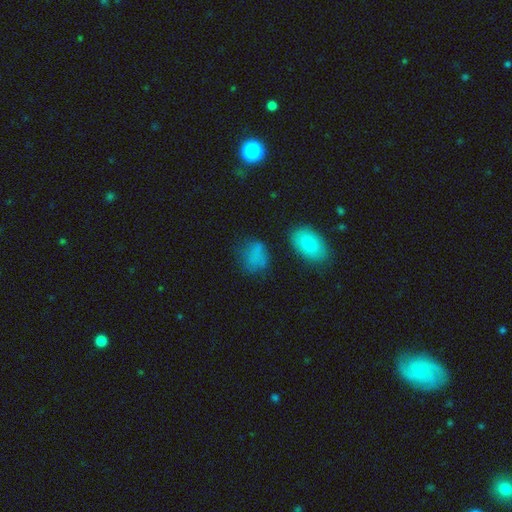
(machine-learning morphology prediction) A smooth galaxy with no disk features (76%) that is in between round and cigar-shaped (59%). Merging: none (55%).